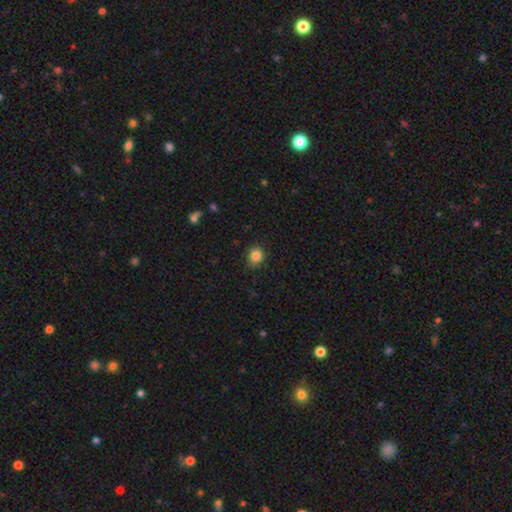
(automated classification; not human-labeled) Smooth or featured? smooth (85%)
How rounded? round (67%)
Merging? none (83%)